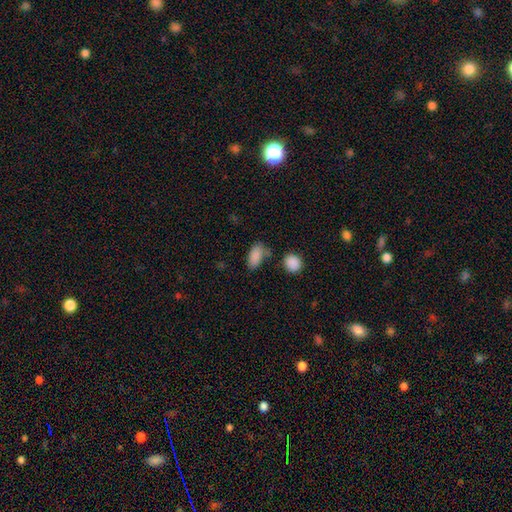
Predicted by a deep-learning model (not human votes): Morphology: type=smooth (86%); roundness=in between (91%); merging=none (60%).